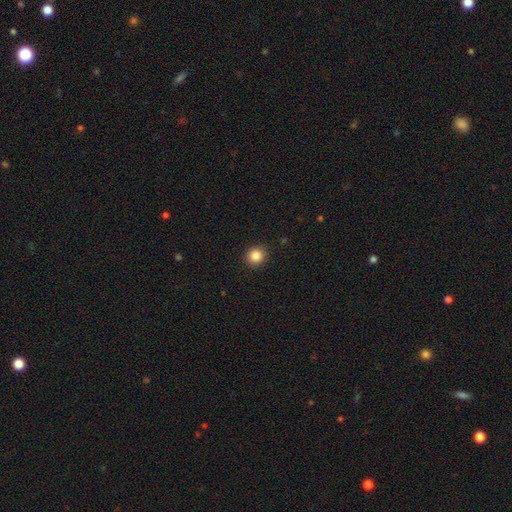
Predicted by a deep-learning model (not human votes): smooth 86%, star or artifact 10%, featured or disk 4%. Down the decision tree: how rounded — round (87%); merging — none (91%).